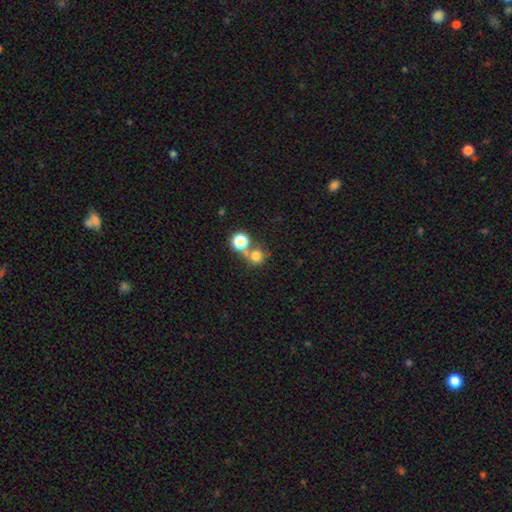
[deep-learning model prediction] Smooth or featured? smooth (74%)
How rounded? round (89%)
Merging? none (52%)